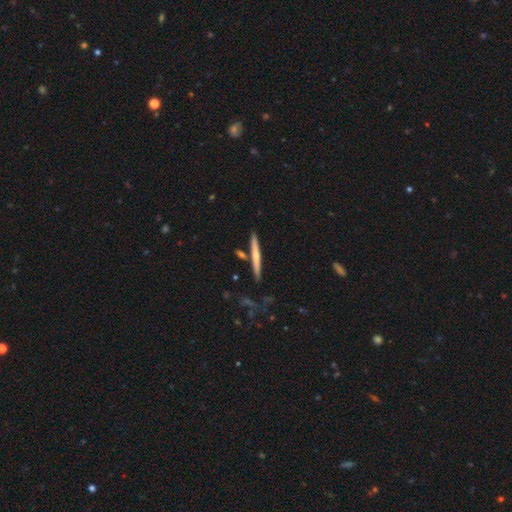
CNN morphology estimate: Smooth or featured? Predicted: smooth (p=0.52). How rounded? Predicted: cigar-shaped (p=0.96). Merging? Predicted: none (p=0.82).